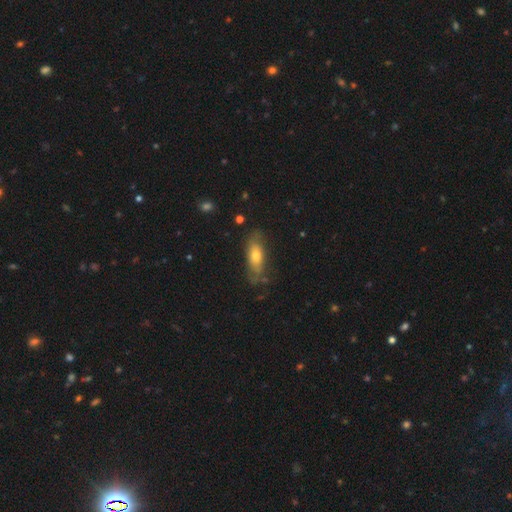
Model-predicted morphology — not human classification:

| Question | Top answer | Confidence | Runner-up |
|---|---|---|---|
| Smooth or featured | smooth | 62% | featured or disk (31%) |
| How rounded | in between | 66% | cigar-shaped (31%) |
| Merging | none | 67% | minor disturbance (23%) |